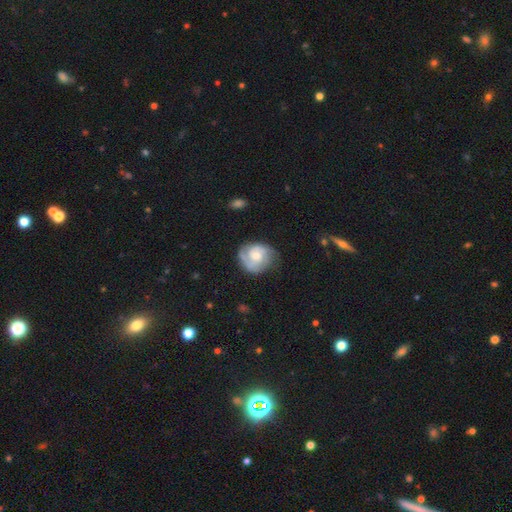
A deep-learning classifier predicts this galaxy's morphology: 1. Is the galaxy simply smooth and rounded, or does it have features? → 71% featured or disk, 23% smooth, 6% star or artifact.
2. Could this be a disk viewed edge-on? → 98% no, 2% yes.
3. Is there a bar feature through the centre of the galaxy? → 65% no, 31% weak, 4% strong.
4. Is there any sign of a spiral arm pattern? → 91% yes, 9% no.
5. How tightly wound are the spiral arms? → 50% tight, 38% medium, 12% loose.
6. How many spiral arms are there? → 55% 2, 17% can't tell, 14% 1, 10% 3, 2% 4, 2% more than 4.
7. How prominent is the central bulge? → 58% moderate, 26% small, 10% large, 4% none, 1% dominant.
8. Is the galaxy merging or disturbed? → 65% none, 24% minor disturbance, 9% major disturbance, 2% merger.